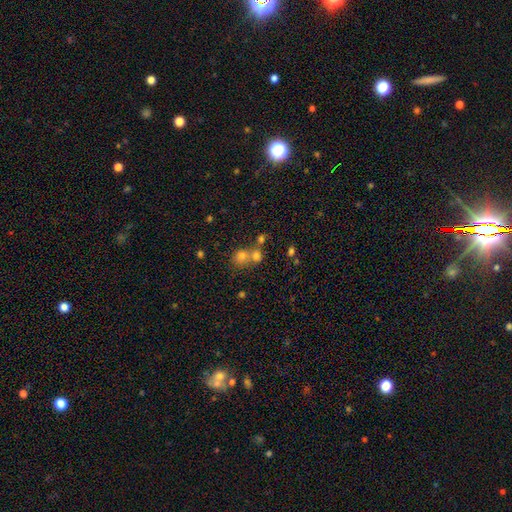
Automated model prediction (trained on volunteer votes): Smooth or featured? smooth (70%)
How rounded? round (76%)
Merging? merger (52%)